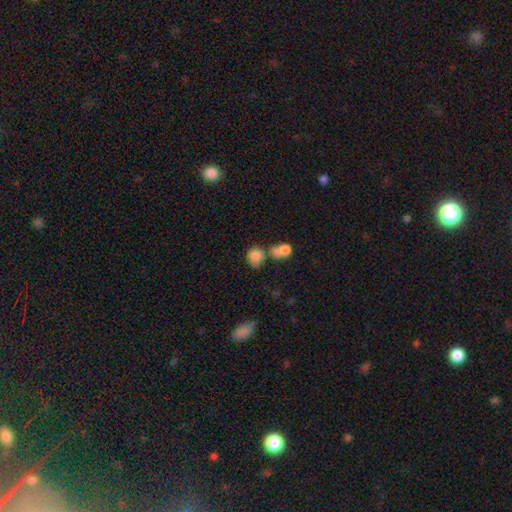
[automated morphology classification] Smooth or featured: smooth — 79% (featured or disk — 11%)
How rounded: round — 72% (in between — 27%)
Merging: merger — 45% (none — 37%)